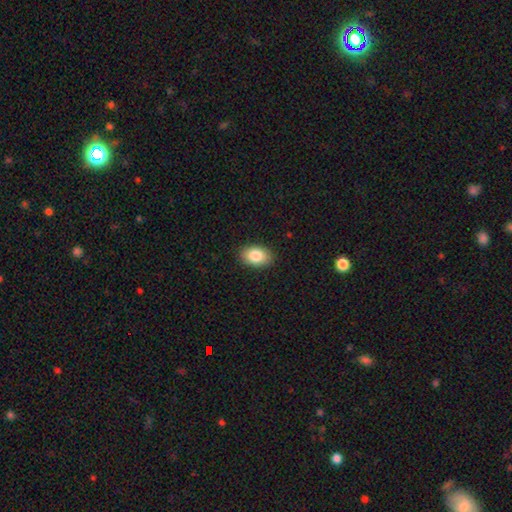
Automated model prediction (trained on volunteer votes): Smooth or featured? smooth (85%)
How rounded? in between (88%)
Merging? none (89%)